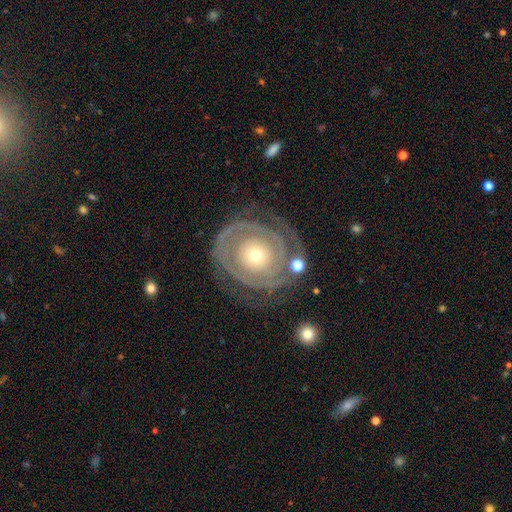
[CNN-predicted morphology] Smooth or featured: featured or disk — 84% (smooth — 12%)
Edge-on disk: no — 97% (yes — 3%)
Bar: no — 87% (weak — 9%)
Spiral arms: yes — 83% (no — 17%)
Spiral winding: tight — 81% (medium — 14%)
Spiral arm count: 2 — 40% (can't tell — 25%)
Bulge size: small — 58% (moderate — 37%)
Merging: none — 70% (minor disturbance — 15%)